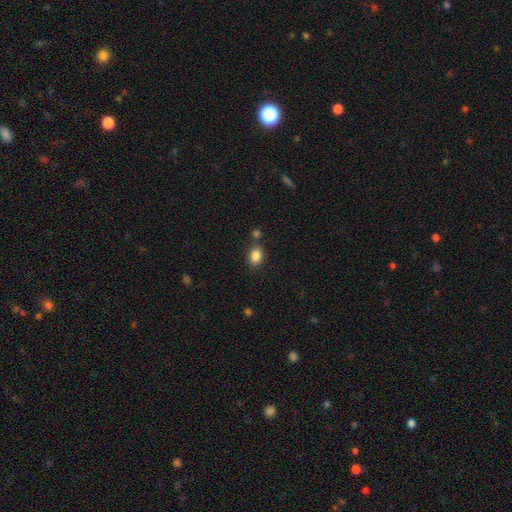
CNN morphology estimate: Q: Smooth or featured?
A: smooth (86%); runner-up: star or artifact (9%)
Q: How rounded?
A: in between (70%); runner-up: round (29%)
Q: Merging?
A: none (75%); runner-up: minor disturbance (12%)